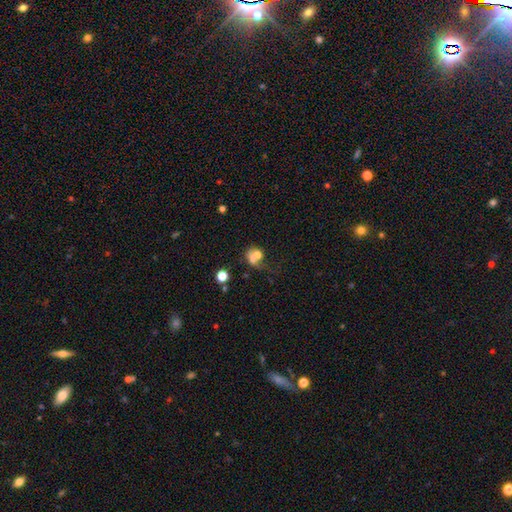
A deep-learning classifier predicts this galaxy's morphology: smooth-or-featured: smooth: 62% | featured or disk: 25% | star or artifact: 13%
  how-rounded: round: 58% | in between: 41% | cigar-shaped: 2%
  merging: merger: 48% | none: 21% | major disturbance: 20% | minor disturbance: 11%